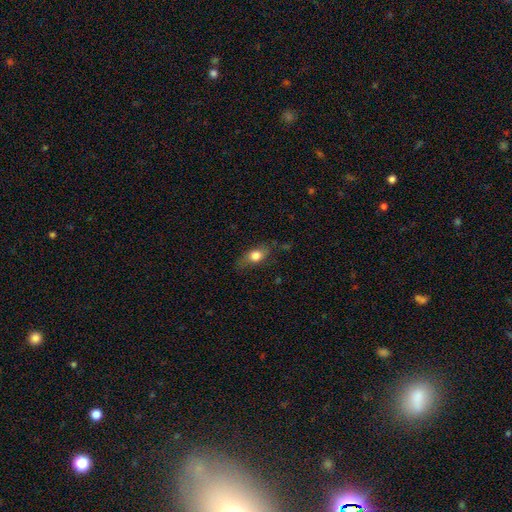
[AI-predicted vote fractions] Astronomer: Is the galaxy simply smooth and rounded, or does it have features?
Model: smooth — 73%.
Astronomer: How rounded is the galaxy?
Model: in between — 73%.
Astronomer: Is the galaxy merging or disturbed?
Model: none — 68%.